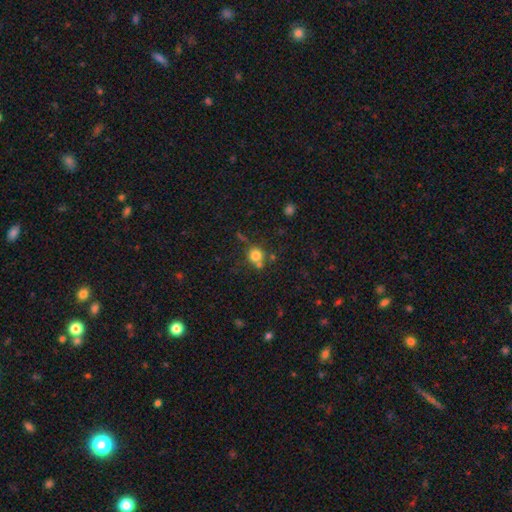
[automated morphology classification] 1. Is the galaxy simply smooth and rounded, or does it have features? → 77% smooth, 13% star or artifact, 9% featured or disk.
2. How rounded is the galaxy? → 89% round, 10% in between, 1% cigar-shaped.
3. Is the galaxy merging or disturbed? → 63% none, 22% merger, 11% minor disturbance, 4% major disturbance.